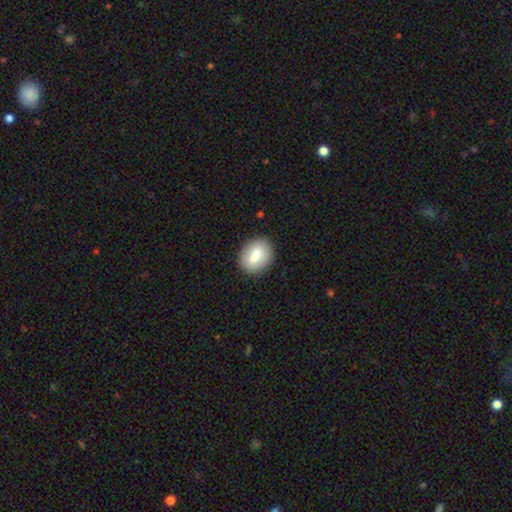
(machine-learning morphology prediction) Q: Smooth or featured?
A: smooth (79%); runner-up: featured or disk (14%)
Q: How rounded?
A: in between (62%); runner-up: round (37%)
Q: Merging?
A: none (85%); runner-up: minor disturbance (10%)